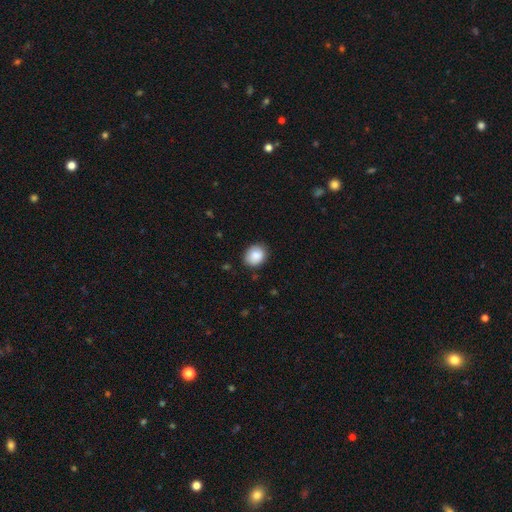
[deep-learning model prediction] smooth_or_featured: smooth (p=0.87) [alt: star or artifact p=0.08]
how_rounded: round (p=0.58) [alt: in between p=0.41]
merging: none (p=0.82) [alt: minor disturbance p=0.14]